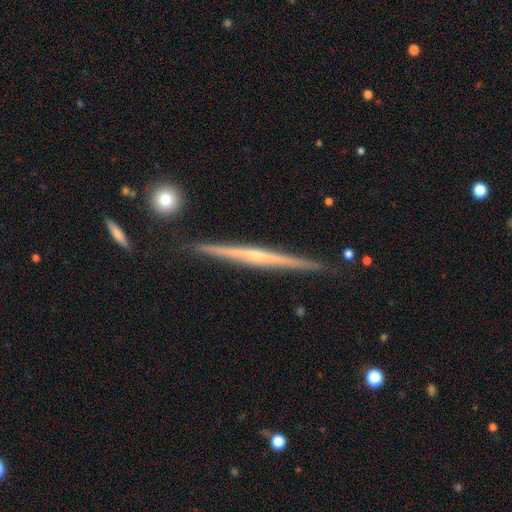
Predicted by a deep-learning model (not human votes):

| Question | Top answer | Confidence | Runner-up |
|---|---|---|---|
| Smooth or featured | featured or disk | 79% | smooth (16%) |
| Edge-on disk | yes | 98% | no (2%) |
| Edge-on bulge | none | 53% | rounded (40%) |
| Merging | none | 90% | minor disturbance (7%) |